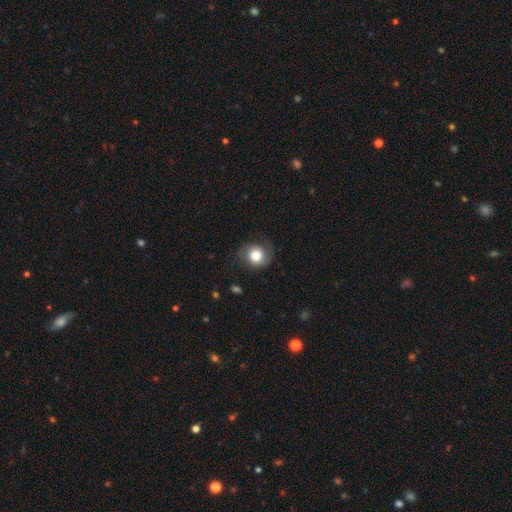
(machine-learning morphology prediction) Q: Smooth or featured?
A: smooth (62%); runner-up: featured or disk (29%)
Q: How rounded?
A: round (76%); runner-up: in between (23%)
Q: Merging?
A: none (71%); runner-up: minor disturbance (19%)